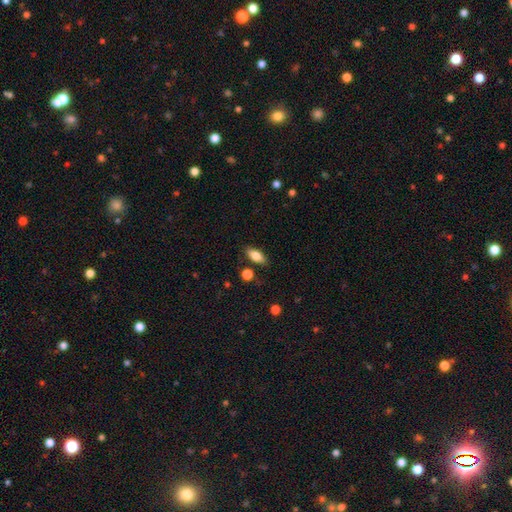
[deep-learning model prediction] Smooth or featured?
  - smooth: 79% *
  - featured or disk: 13%
  - star or artifact: 7%
How rounded?
  - in between: 84% *
  - cigar-shaped: 13%
  - round: 4%
Merging?
  - none: 82% *
  - minor disturbance: 12%
  - merger: 3%
  - major disturbance: 3%